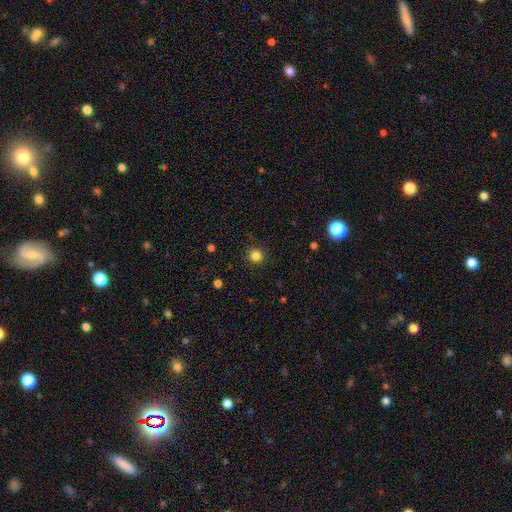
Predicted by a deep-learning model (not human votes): smooth_or_featured: smooth (p=0.83) [alt: star or artifact p=0.13]
how_rounded: round (p=0.95) [alt: in between p=0.04]
merging: none (p=0.91) [alt: minor disturbance p=0.06]